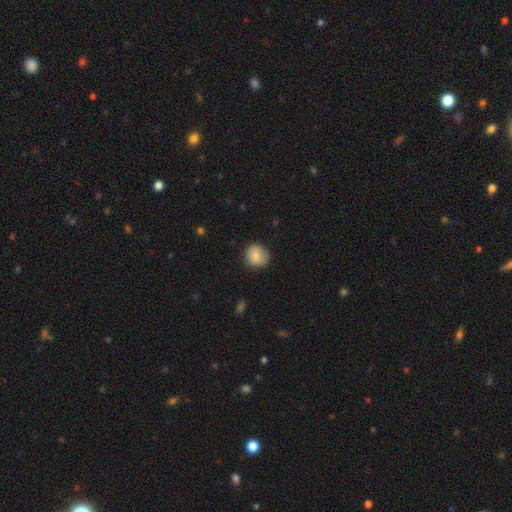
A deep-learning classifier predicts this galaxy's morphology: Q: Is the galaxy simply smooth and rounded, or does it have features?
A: smooth — 81%.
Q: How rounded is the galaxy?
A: round — 89%.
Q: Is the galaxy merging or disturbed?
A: none — 81%.